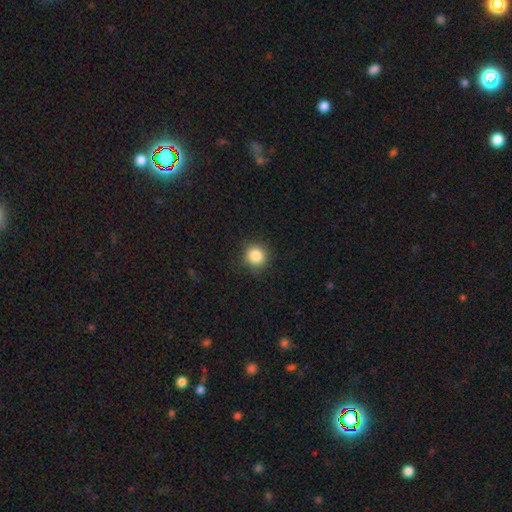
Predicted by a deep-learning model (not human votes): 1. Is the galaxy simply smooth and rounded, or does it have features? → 85% smooth, 10% star or artifact, 5% featured or disk.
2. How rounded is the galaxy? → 92% round, 7% in between, 1% cigar-shaped.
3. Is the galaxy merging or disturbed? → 88% none, 9% minor disturbance, 2% major disturbance, 1% merger.